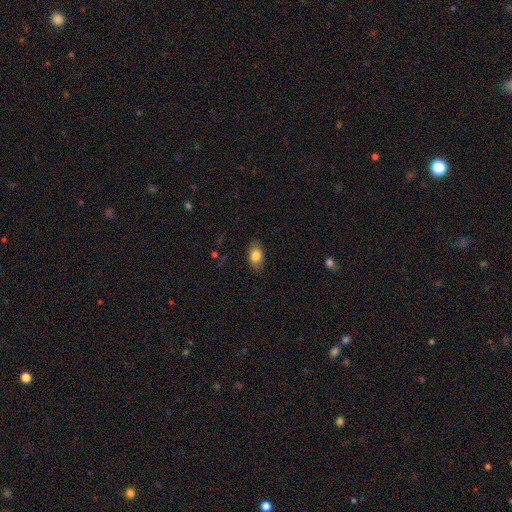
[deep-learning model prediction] Overall: smooth (81%). How rounded: in between (89%). Merging: none (83%).